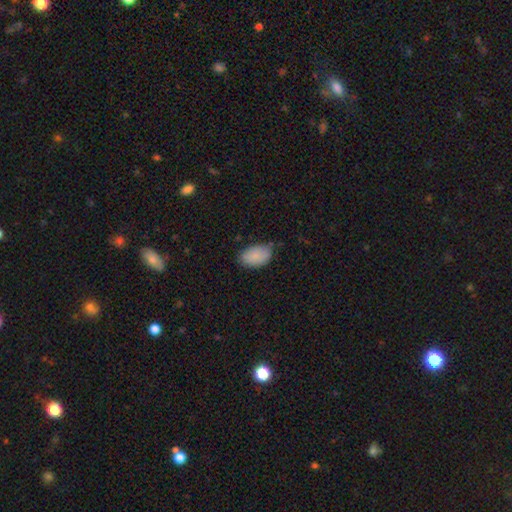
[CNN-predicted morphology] Smooth or featured: smooth — 88% (star or artifact — 7%)
How rounded: in between — 91% (round — 7%)
Merging: none — 72% (minor disturbance — 22%)